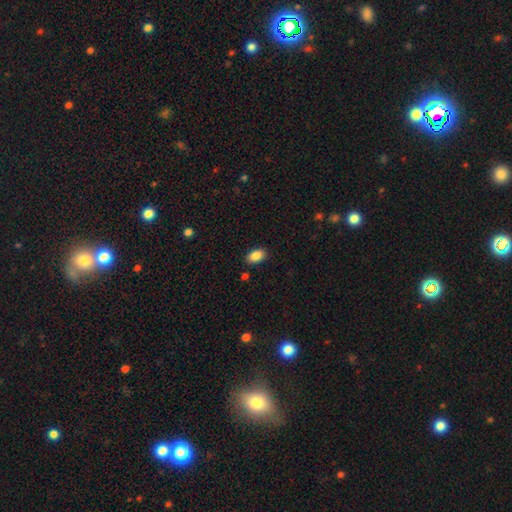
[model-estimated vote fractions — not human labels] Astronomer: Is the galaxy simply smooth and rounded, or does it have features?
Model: smooth — 88%.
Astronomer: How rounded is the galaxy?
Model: in between — 91%.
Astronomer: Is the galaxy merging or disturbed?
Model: none — 87%.